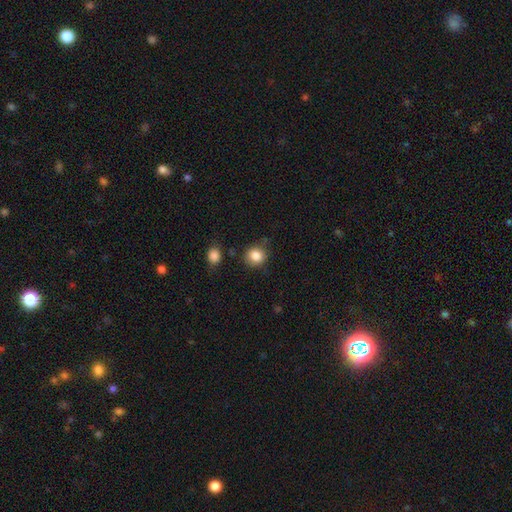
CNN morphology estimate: The model was most divided on "merging": none: 78%, minor disturbance: 14%, merger: 4%, major disturbance: 4%. More confident: smooth or featured — smooth (86%); how rounded — round (82%).